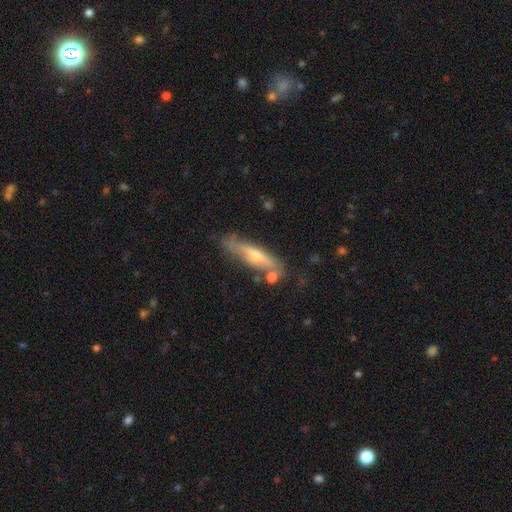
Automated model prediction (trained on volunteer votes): Smooth or featured?
  - featured or disk: 55% *
  - smooth: 38%
  - star or artifact: 7%
Edge-on disk?
  - yes: 80% *
  - no: 20%
Merging?
  - none: 65% *
  - minor disturbance: 21%
  - merger: 8%
  - major disturbance: 6%